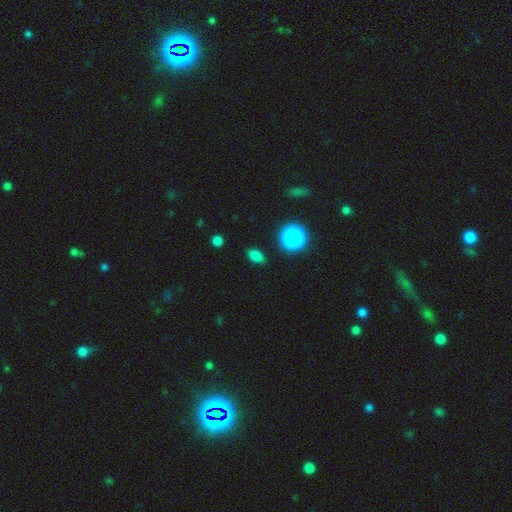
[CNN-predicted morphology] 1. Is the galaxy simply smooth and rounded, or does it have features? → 79% smooth, 14% star or artifact, 7% featured or disk.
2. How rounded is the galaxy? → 81% in between, 15% round, 5% cigar-shaped.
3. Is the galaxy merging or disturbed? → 85% none, 11% minor disturbance, 3% major disturbance, 2% merger.